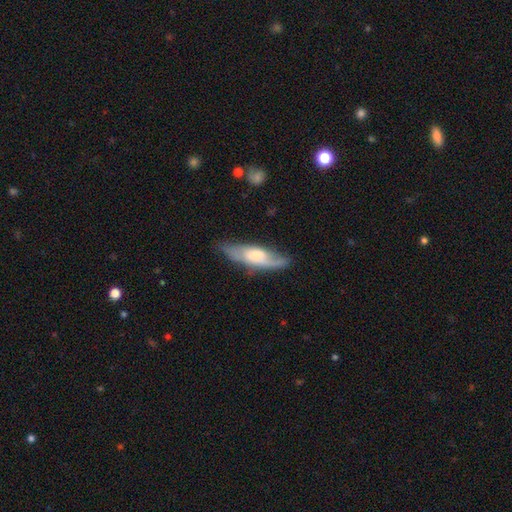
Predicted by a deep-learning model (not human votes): Smooth or featured?
  - featured or disk: 54% *
  - smooth: 40%
  - star or artifact: 6%
Edge-on disk?
  - no: 64% *
  - yes: 36%
Merging?
  - none: 69% *
  - minor disturbance: 22%
  - major disturbance: 7%
  - merger: 2%